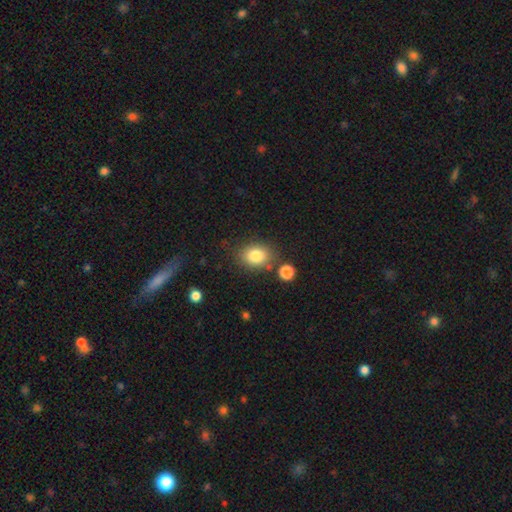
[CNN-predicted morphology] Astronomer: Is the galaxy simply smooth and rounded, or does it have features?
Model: smooth — 83%.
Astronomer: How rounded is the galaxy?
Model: in between — 60% (runner-up: round, 39%).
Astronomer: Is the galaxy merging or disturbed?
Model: none — 76%.